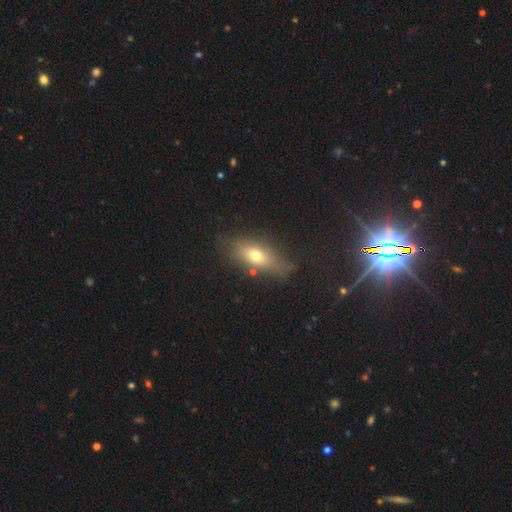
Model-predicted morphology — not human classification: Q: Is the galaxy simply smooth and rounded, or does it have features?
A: smooth — 66%.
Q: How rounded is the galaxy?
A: in between — 73%.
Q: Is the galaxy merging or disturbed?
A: none — 67%.